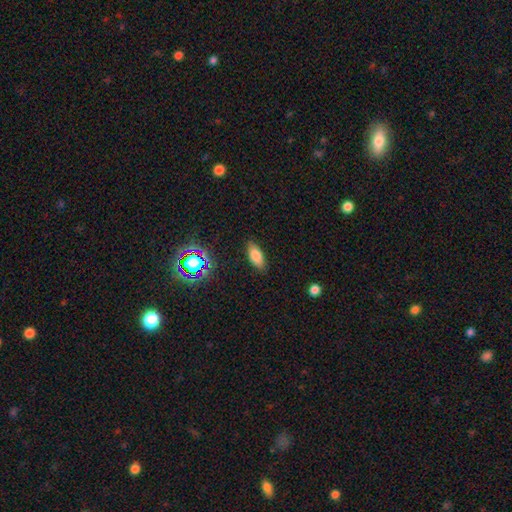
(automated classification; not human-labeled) This is clearly a smooth galaxy (80%). How rounded: clearly in between (83%). Merging: clearly none (86%).